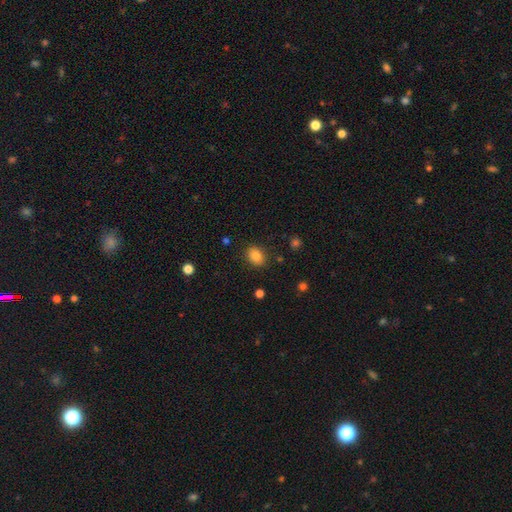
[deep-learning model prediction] This is clearly a smooth galaxy (85%). How rounded: likely in between (69%). Merging: clearly none (86%).